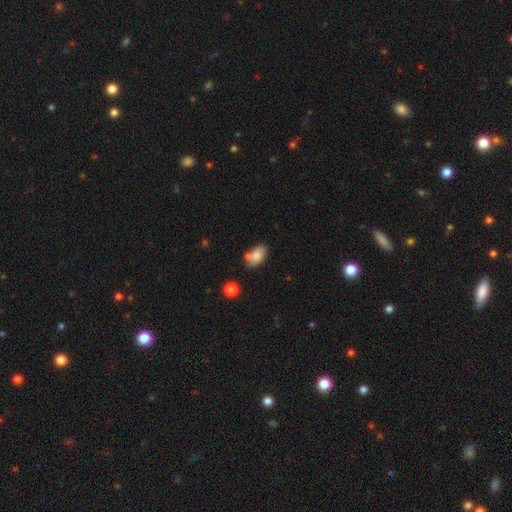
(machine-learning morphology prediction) Smooth or featured: smooth — 79% (featured or disk — 12%)
How rounded: in between — 90% (round — 8%)
Merging: none — 56% (minor disturbance — 20%)